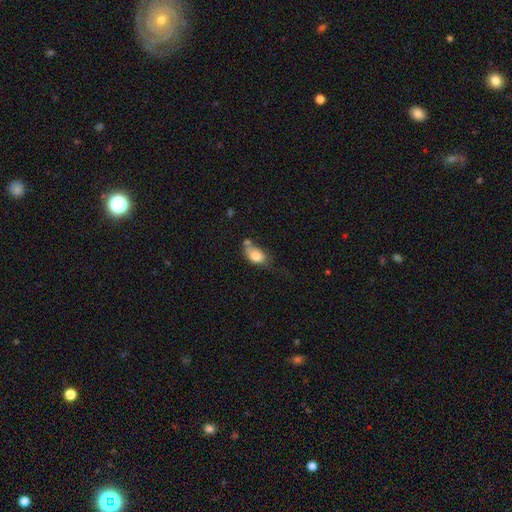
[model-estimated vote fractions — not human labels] smooth_or_featured: smooth (p=0.79) [alt: featured or disk p=0.13]
how_rounded: in between (p=0.82) [alt: round p=0.15]
merging: none (p=0.39) [alt: minor disturbance p=0.28]